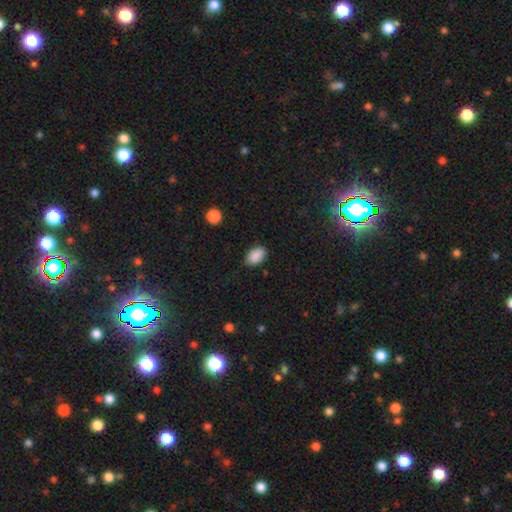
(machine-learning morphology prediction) This appears to be a smooth galaxy with no disk features (89%) that is in between round and cigar-shaped (87%). Merging: none (82%).